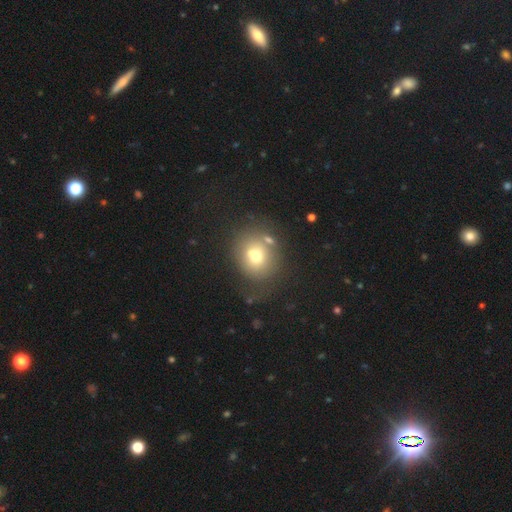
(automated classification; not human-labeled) The model was most divided on "merging": none: 56%, minor disturbance: 17%, merger: 17%, major disturbance: 10%. More confident: how rounded — round (72%); smooth or featured — smooth (66%).